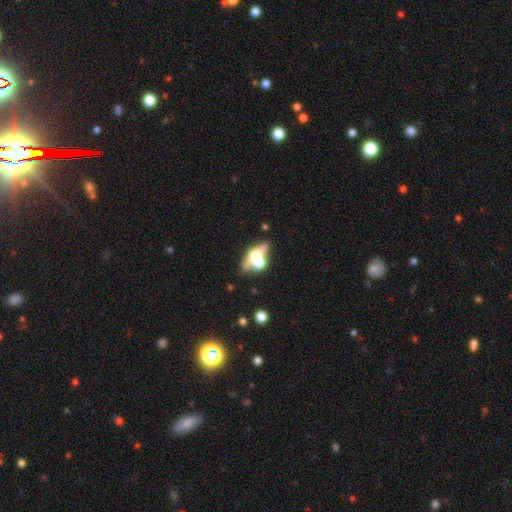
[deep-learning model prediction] Smooth or featured: featured or disk — 50% (smooth — 40%)
Merging: merger — 46% (none — 37%)